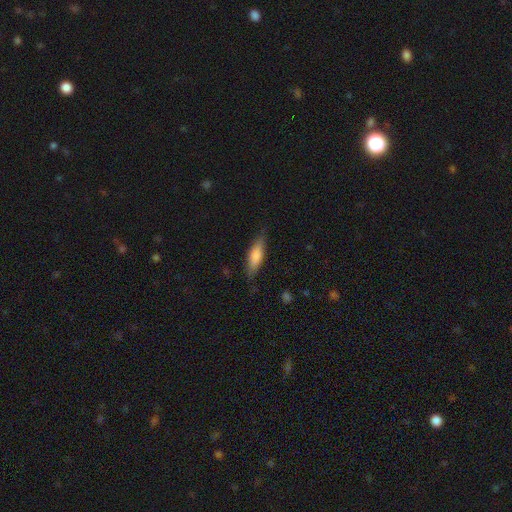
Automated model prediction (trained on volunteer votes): This appears to be a smooth galaxy with no disk features (69%) that is cigar-shaped (57%). Merging: none (80%).